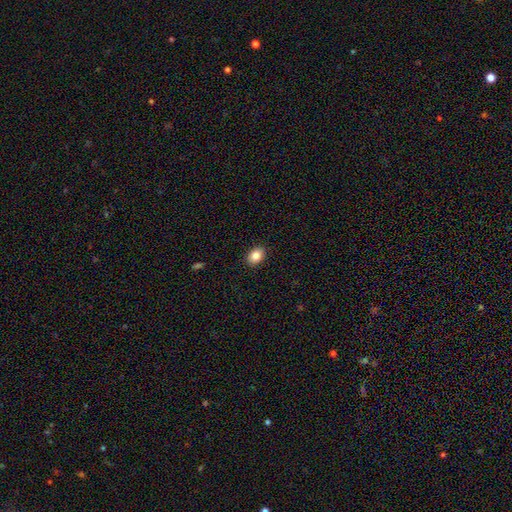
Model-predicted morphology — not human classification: type=smooth (85%); roundness=in between (77%); merging=none (90%).